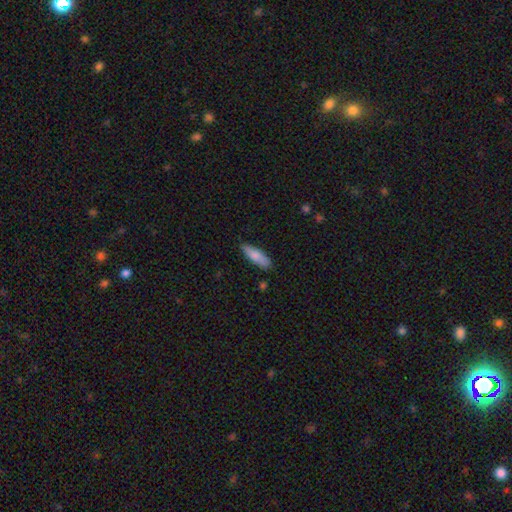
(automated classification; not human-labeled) A smooth galaxy with no disk features (81%) that is in between round and cigar-shaped (49%, tied with cigar-shaped).

Vote fractions:
- Smooth or featured? smooth: 81% / featured or disk: 13% / star or artifact: 6%
- How rounded? in between: 49% (tied) / cigar-shaped: 49% (tied) / round: 2%
- Merging? none: 84% / minor disturbance: 12% / major disturbance: 2% / merger: 2%